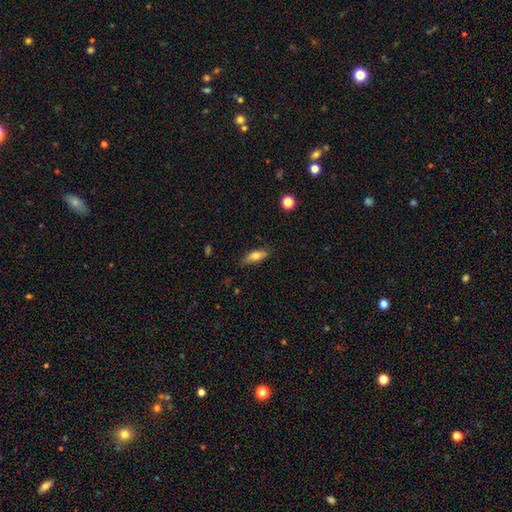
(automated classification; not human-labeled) smooth-or-featured: smooth: 68% | featured or disk: 24% | star or artifact: 7%
  how-rounded: in between: 59% | cigar-shaped: 38% | round: 3%
  merging: none: 76% | minor disturbance: 19% | major disturbance: 4% | merger: 1%